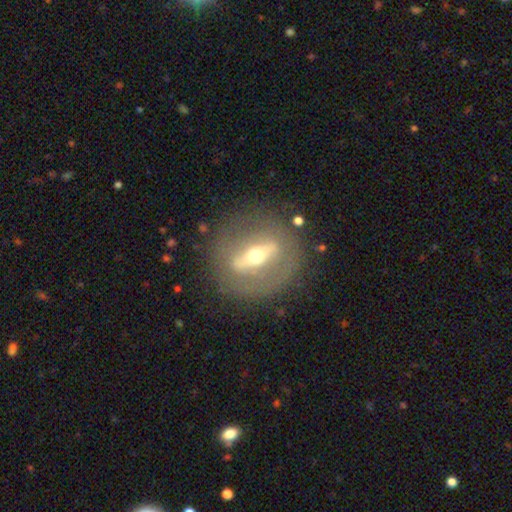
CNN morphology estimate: Smooth or featured? featured or disk (74%)
Edge-on disk? no (66%)
Merging? none (80%)